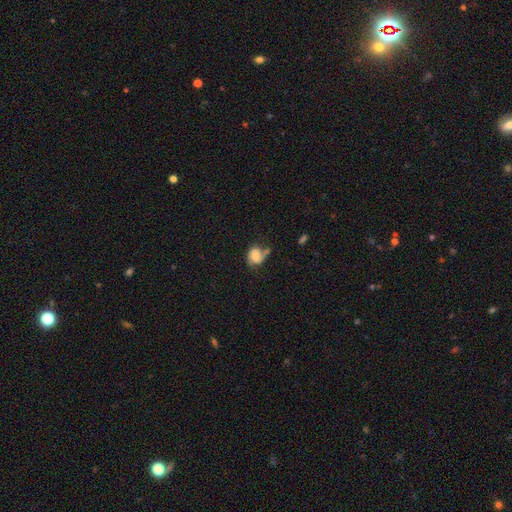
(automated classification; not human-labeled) smooth-or-featured: smooth: 54% | featured or disk: 36% | star or artifact: 10%
  how-rounded: round: 56% | in between: 43% | cigar-shaped: 1%
  merging: none: 41% | minor disturbance: 30% | major disturbance: 19% | merger: 10%